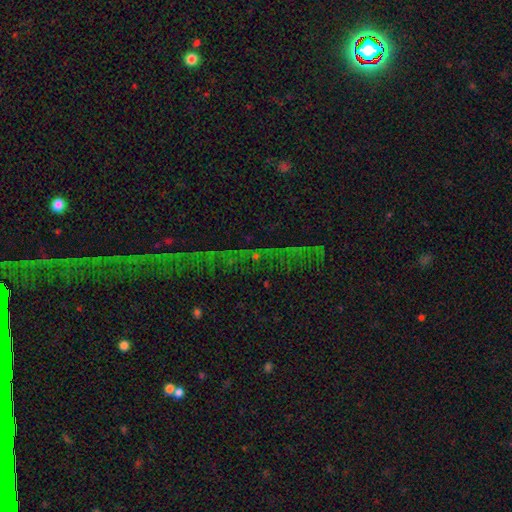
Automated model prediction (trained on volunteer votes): Overall: star or artifact (74%).